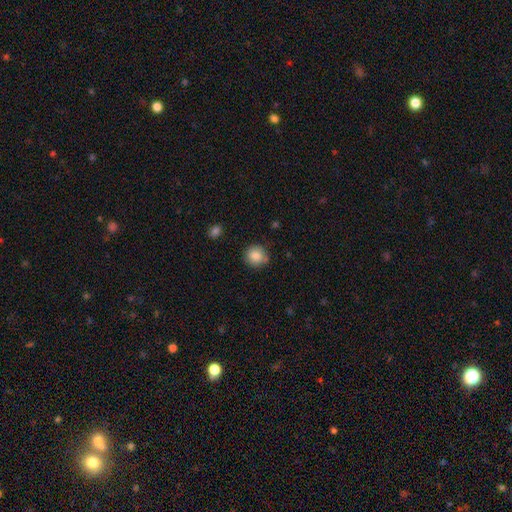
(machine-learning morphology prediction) Q: Smooth or featured?
A: smooth (85%); runner-up: star or artifact (8%)
Q: How rounded?
A: round (90%); runner-up: in between (9%)
Q: Merging?
A: none (81%); runner-up: minor disturbance (13%)